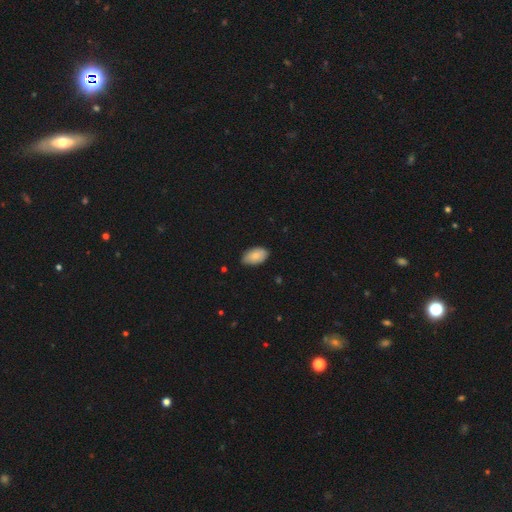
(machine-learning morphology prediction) smooth-or-featured: smooth: 82% | featured or disk: 12% | star or artifact: 6%
  how-rounded: in between: 94% | round: 5% | cigar-shaped: 2%
  merging: none: 77% | minor disturbance: 20% | major disturbance: 2% | merger: 1%